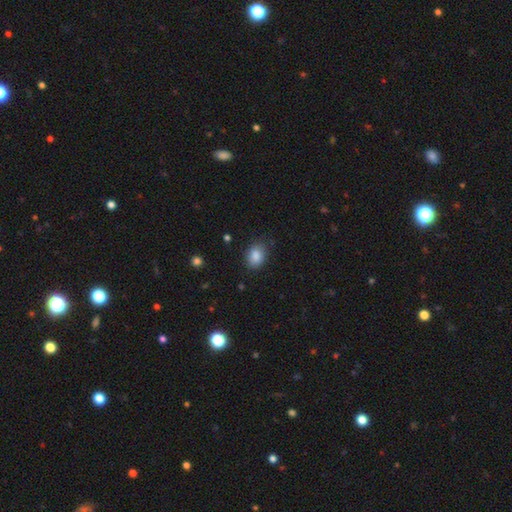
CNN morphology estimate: This is clearly a smooth galaxy (86%). How rounded: likely in between (74%). Merging: clearly none (81%).